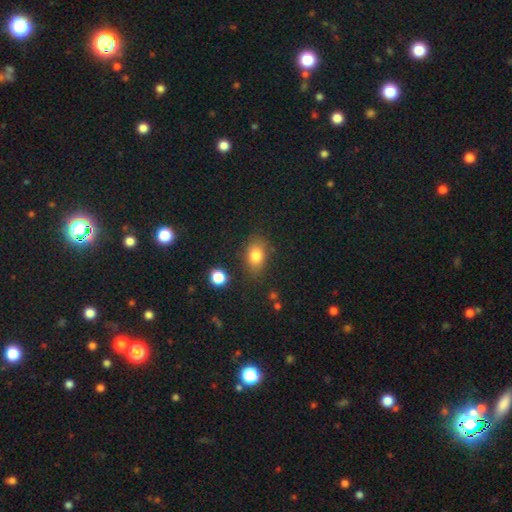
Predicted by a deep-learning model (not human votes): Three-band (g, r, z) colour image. It shows a smooth galaxy with no disk features (81%) that is in between round and cigar-shaped (75%). Merging: none (78%).